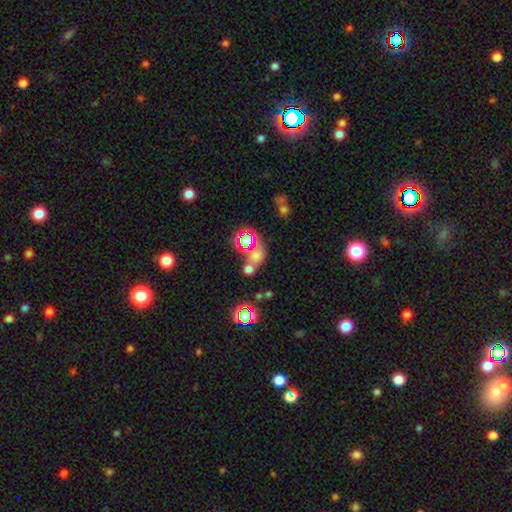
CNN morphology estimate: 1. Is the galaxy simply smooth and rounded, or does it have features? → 58% smooth, 32% star or artifact, 11% featured or disk.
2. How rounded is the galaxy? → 67% round, 31% in between, 2% cigar-shaped.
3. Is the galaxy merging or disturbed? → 43% none, 40% merger, 9% minor disturbance, 7% major disturbance.